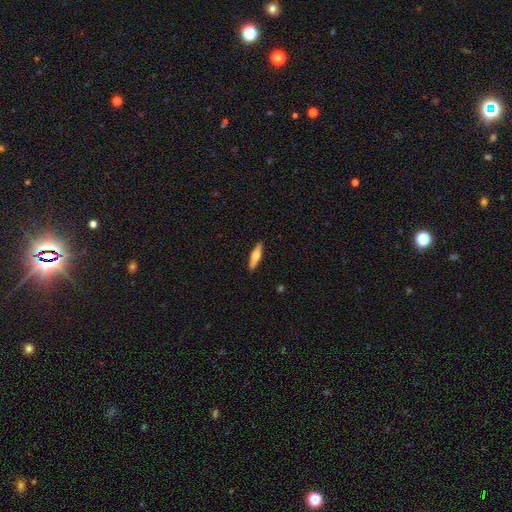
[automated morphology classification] Smooth or featured? Predicted: featured or disk (p=0.50). Merging? Predicted: none (p=0.90).